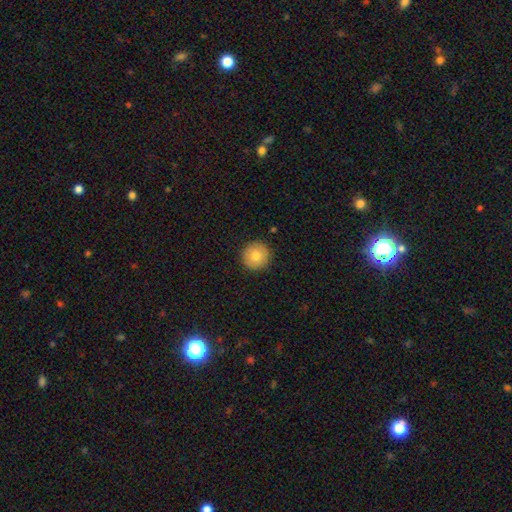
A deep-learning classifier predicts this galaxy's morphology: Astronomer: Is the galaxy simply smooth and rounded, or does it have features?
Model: smooth — 79%.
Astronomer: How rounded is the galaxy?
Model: round — 95%.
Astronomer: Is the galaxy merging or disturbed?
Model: none — 91%.